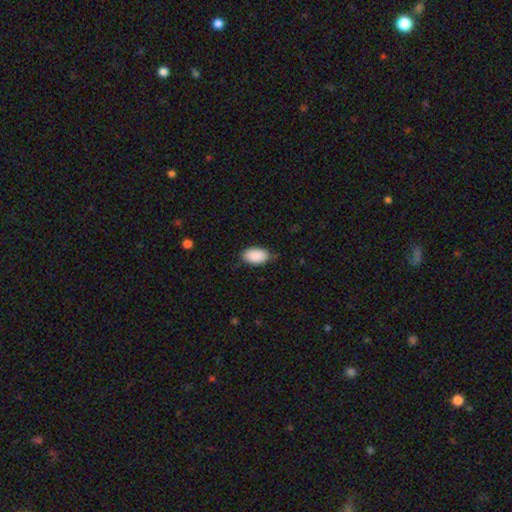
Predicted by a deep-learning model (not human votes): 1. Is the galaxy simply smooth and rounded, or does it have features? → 91% smooth, 6% star or artifact, 3% featured or disk.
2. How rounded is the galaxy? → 94% in between, 4% round, 1% cigar-shaped.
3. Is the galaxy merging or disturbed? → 76% none, 20% minor disturbance, 3% major disturbance, 1% merger.